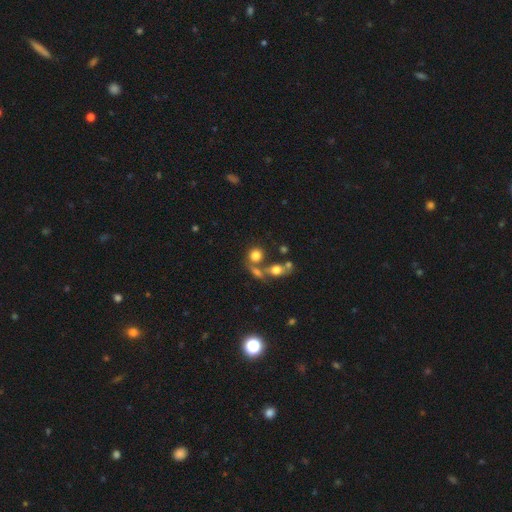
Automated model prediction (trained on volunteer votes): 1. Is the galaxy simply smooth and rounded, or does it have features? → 76% smooth, 13% star or artifact, 11% featured or disk.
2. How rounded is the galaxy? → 77% round, 21% in between, 2% cigar-shaped.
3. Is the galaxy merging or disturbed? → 52% none, 32% merger, 10% minor disturbance, 6% major disturbance.